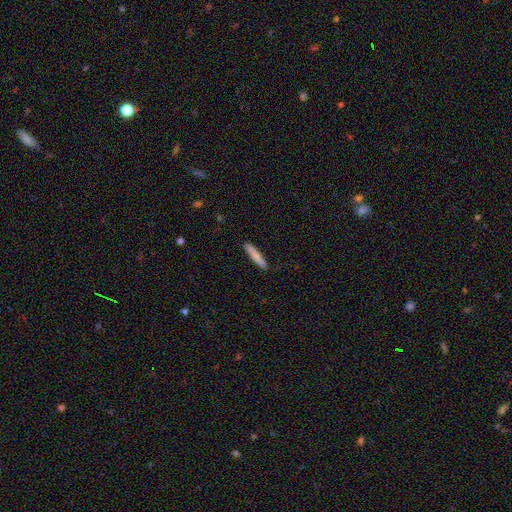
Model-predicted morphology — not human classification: A smooth galaxy with no disk features (80%) that is cigar-shaped (93%). Merging: none (87%).